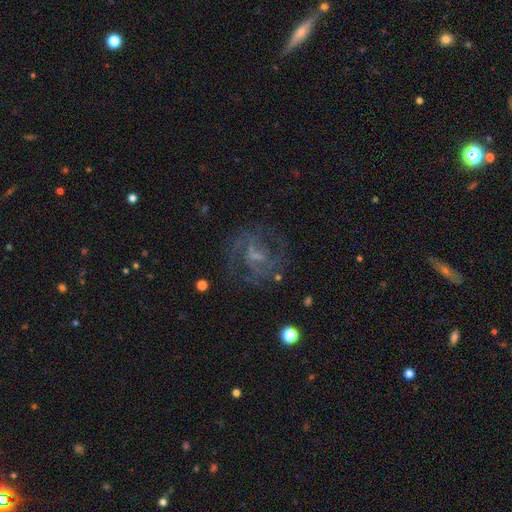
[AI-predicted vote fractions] Smooth or featured?
  - featured or disk: 75% *
  - smooth: 13%
  - star or artifact: 13%
Edge-on disk?
  - no: 97% *
  - yes: 3%
Bar?
  - weak: 53% *
  - no: 30%
  - strong: 17%
Spiral arms?
  - yes: 85% *
  - no: 15%
Spiral winding?
  - medium: 50% *
  - tight: 32%
  - loose: 18%
Spiral arm count?
  - 2: 53% *
  - can't tell: 26%
  - 3: 10%
  - 1: 4%
  - 4: 4%
  - more than 4: 3%
Bulge size?
  - small: 46% *
  - none: 28%
  - moderate: 23%
  - large: 3%
  - dominant: 1%
Merging?
  - none: 70% *
  - minor disturbance: 14%
  - major disturbance: 13%
  - merger: 2%